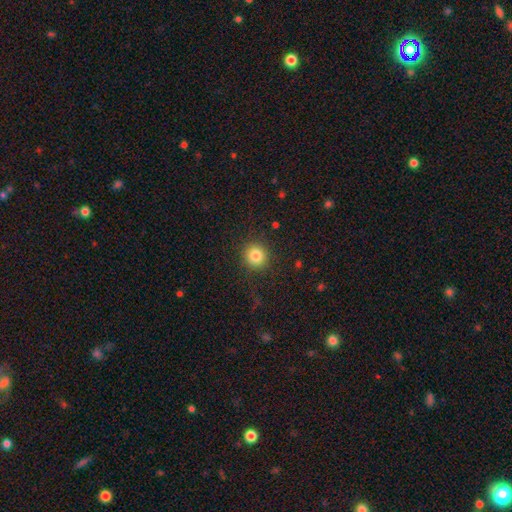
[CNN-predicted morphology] Smooth or featured: smooth — 83% (star or artifact — 11%)
How rounded: round — 91% (in between — 8%)
Merging: none — 90% (minor disturbance — 6%)